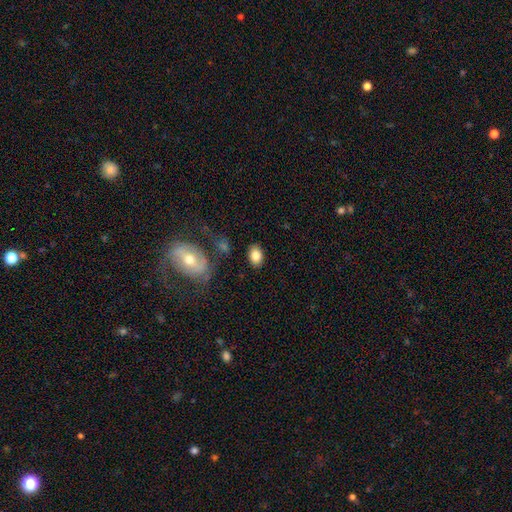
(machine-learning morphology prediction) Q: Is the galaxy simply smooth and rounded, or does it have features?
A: smooth — 81%.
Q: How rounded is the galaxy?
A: in between — 80%.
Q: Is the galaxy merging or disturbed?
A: none — 81%.